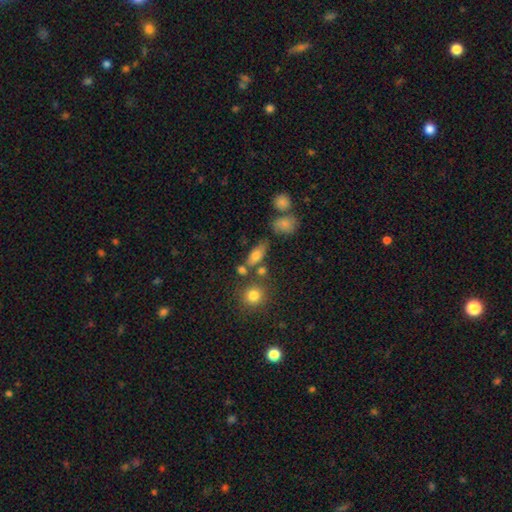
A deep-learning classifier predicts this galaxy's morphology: A smooth galaxy with no disk features (73%) that is in between round and cigar-shaped (72%).

Vote fractions:
- Smooth or featured? smooth: 73% / featured or disk: 15% / star or artifact: 11%
- How rounded? in between: 72% / cigar-shaped: 17% / round: 10%
- Merging? none: 61% / minor disturbance: 16% / merger: 16% / major disturbance: 7%